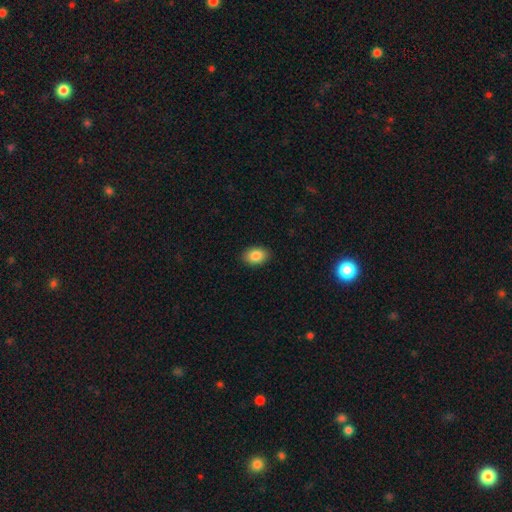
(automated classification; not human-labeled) Q: Smooth or featured?
A: smooth (87%); runner-up: star or artifact (7%)
Q: How rounded?
A: in between (83%); runner-up: round (15%)
Q: Merging?
A: none (89%); runner-up: minor disturbance (8%)